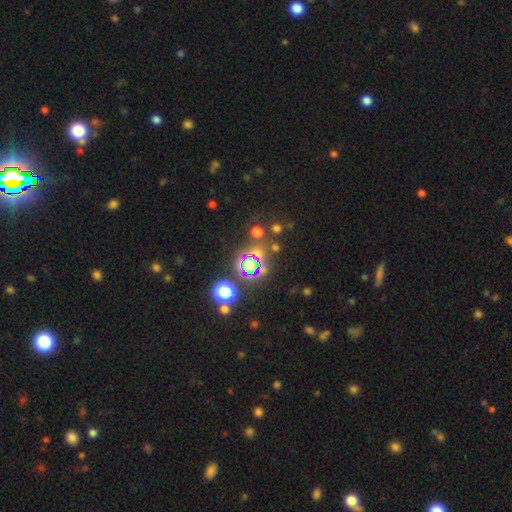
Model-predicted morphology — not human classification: This appears to be a star or artifact, not a galaxy (62%).